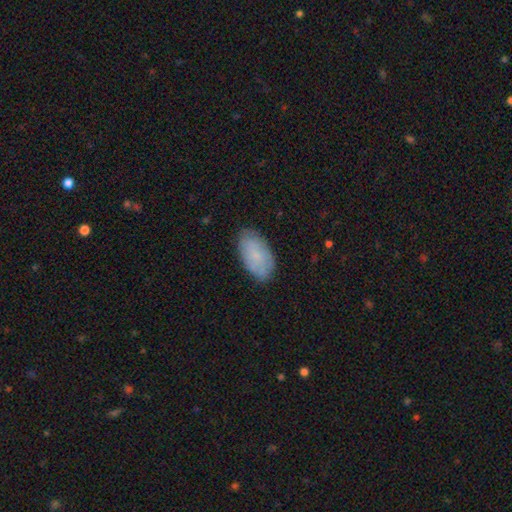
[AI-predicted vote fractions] smooth_or_featured: smooth (p=0.74) [alt: featured or disk p=0.19]
how_rounded: in between (p=0.95) [alt: round p=0.03]
merging: none (p=0.80) [alt: minor disturbance p=0.15]